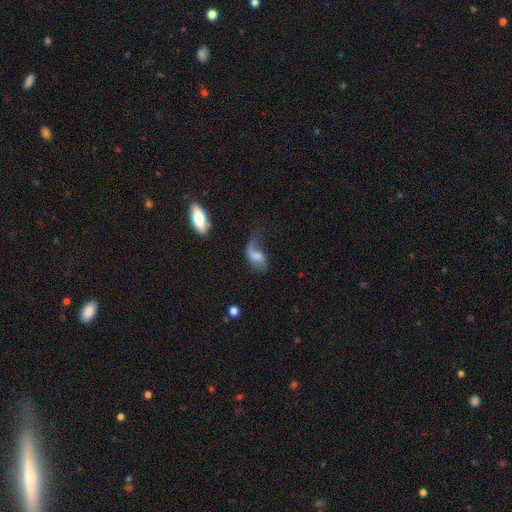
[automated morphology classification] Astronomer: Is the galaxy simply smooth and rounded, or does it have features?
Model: featured or disk — 46% (runner-up: smooth, 45%).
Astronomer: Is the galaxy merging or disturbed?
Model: major disturbance — 44% (runner-up: none, 27%).